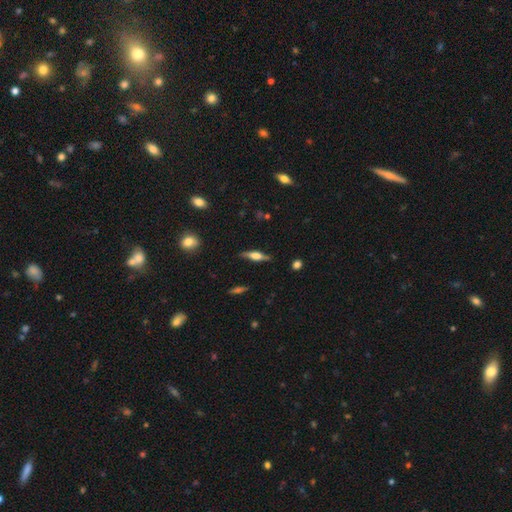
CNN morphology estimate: Smooth or featured? Predicted: featured or disk (p=0.65). Edge-on disk? Predicted: yes (p=0.94). Edge-on bulge? Predicted: rounded (p=0.77). Merging? Predicted: none (p=0.82).